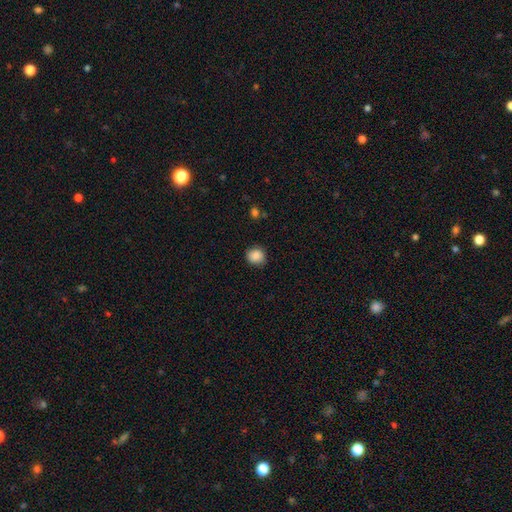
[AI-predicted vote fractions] smooth_or_featured: smooth (p=0.87) [alt: star or artifact p=0.09]
how_rounded: round (p=0.84) [alt: in between p=0.15]
merging: none (p=0.85) [alt: minor disturbance p=0.11]